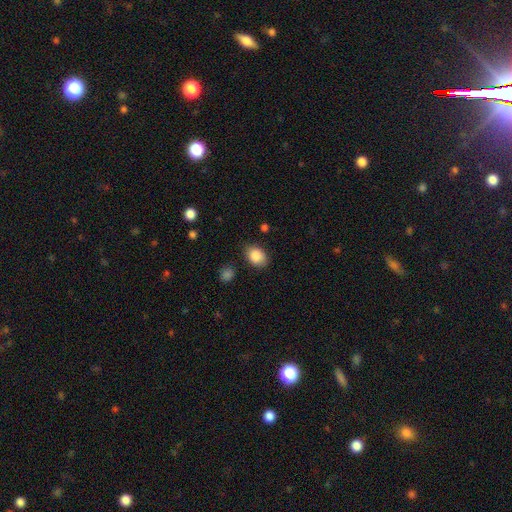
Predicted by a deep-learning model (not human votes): The model was most divided on "how rounded": in between: 66%, round: 33%, cigar-shaped: 1%. More confident: smooth or featured — smooth (88%); merging — none (80%).